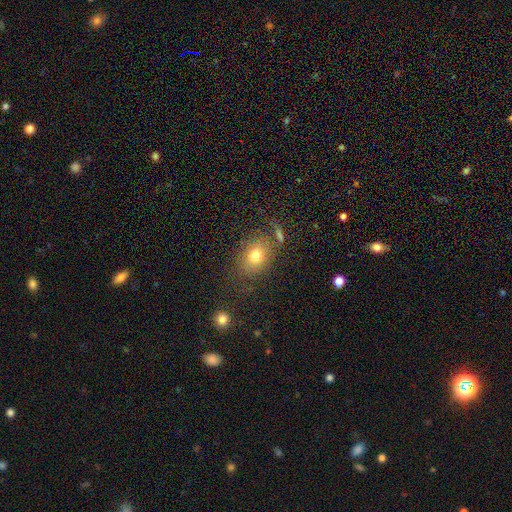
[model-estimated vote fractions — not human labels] smooth_or_featured: smooth (p=0.73) [alt: featured or disk p=0.14]
how_rounded: in between (p=0.63) [alt: round p=0.36]
merging: none (p=0.71) [alt: minor disturbance p=0.15]